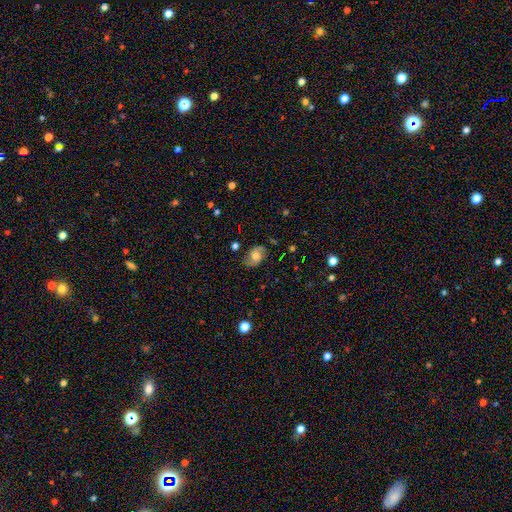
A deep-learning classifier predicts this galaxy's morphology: type=featured or disk (52%); edge-on=no (95%); merging=none (77%).